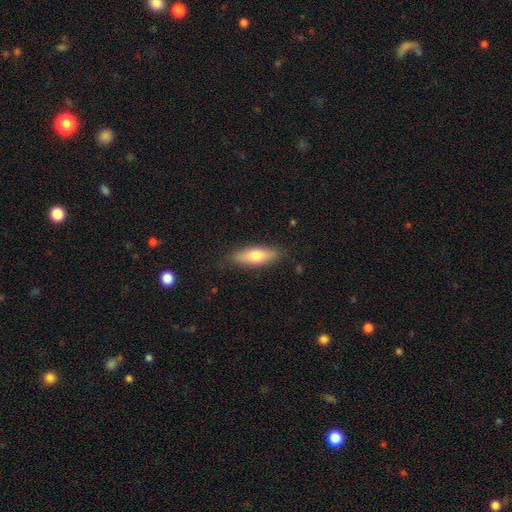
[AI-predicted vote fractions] This appears to be a smooth galaxy with no disk features (67%) that is in between round and cigar-shaped (60%). Merging: none (83%).